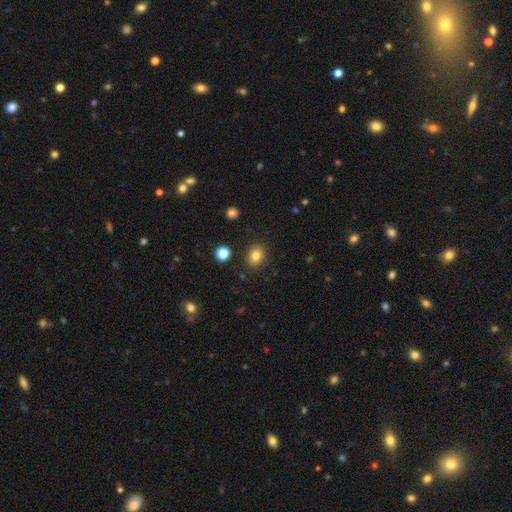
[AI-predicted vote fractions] Smooth or featured? smooth (82%)
How rounded? in between (56%)
Merging? none (86%)